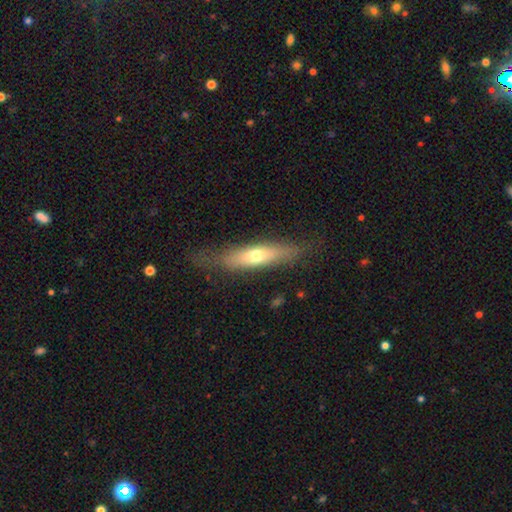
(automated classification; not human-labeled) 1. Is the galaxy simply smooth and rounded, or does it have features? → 55% smooth, 38% featured or disk, 7% star or artifact.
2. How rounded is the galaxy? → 72% cigar-shaped, 26% in between, 2% round.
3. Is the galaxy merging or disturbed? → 73% none, 19% minor disturbance, 7% major disturbance, 2% merger.